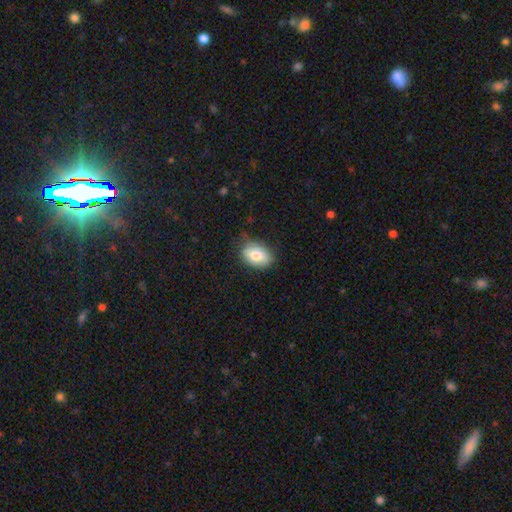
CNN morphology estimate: smooth_or_featured: smooth (p=0.78) [alt: featured or disk p=0.15]
how_rounded: in between (p=0.83) [alt: round p=0.16]
merging: none (p=0.79) [alt: minor disturbance p=0.16]